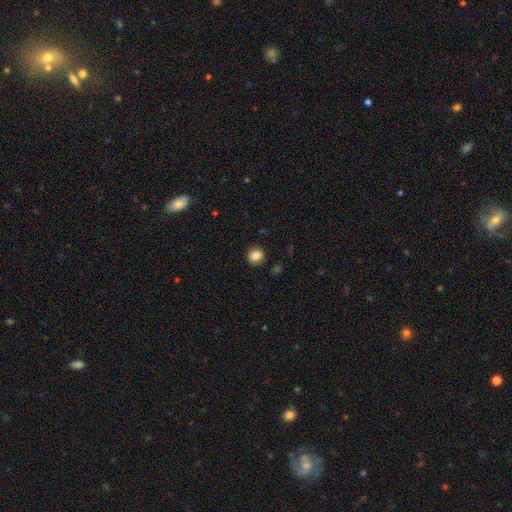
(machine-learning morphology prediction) Smooth or featured?
  - smooth: 83% *
  - star or artifact: 10%
  - featured or disk: 7%
How rounded?
  - round: 81% *
  - in between: 18%
  - cigar-shaped: 1%
Merging?
  - none: 88% *
  - minor disturbance: 8%
  - major disturbance: 3%
  - merger: 1%